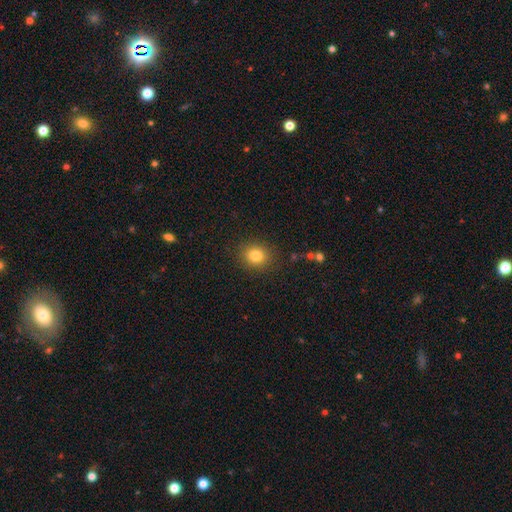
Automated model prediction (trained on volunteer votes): smooth-or-featured: smooth: 81% | star or artifact: 12% | featured or disk: 7%
  how-rounded: round: 74% | in between: 25% | cigar-shaped: 1%
  merging: none: 88% | minor disturbance: 8% | major disturbance: 3% | merger: 1%